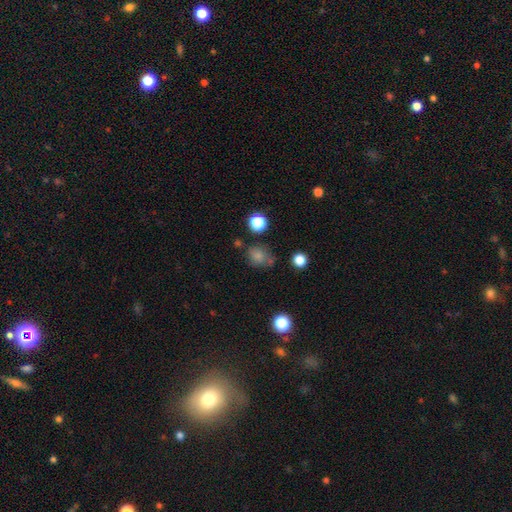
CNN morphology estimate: smooth 64%, star or artifact 26%, featured or disk 10%. Down the decision tree: how rounded — round (74%); merging — none (66%).